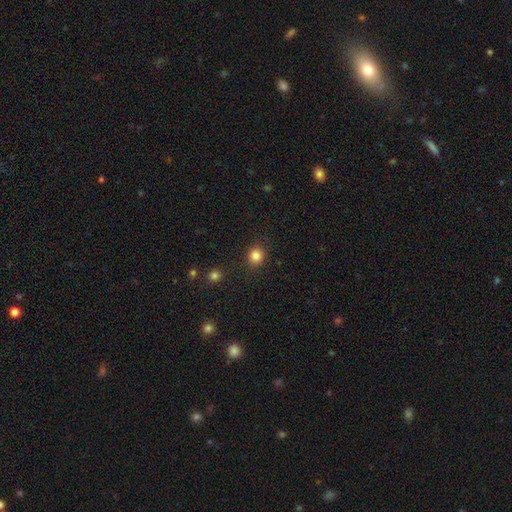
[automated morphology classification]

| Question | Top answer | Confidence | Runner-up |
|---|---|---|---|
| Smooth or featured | smooth | 84% | star or artifact (12%) |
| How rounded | round | 85% | in between (14%) |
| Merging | none | 89% | minor disturbance (7%) |